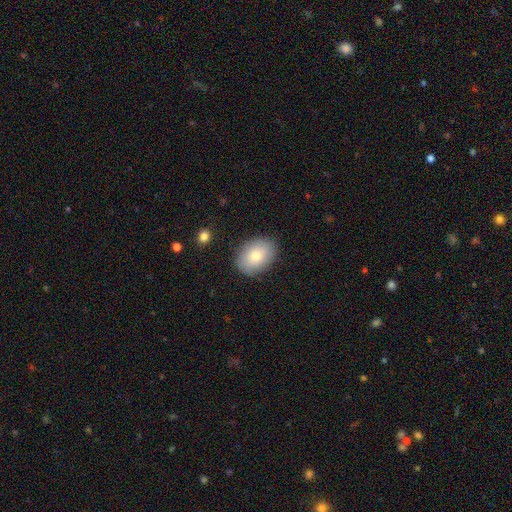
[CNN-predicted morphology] Smooth or featured: smooth — 76% (featured or disk — 17%)
How rounded: in between — 79% (round — 19%)
Merging: none — 86% (minor disturbance — 11%)